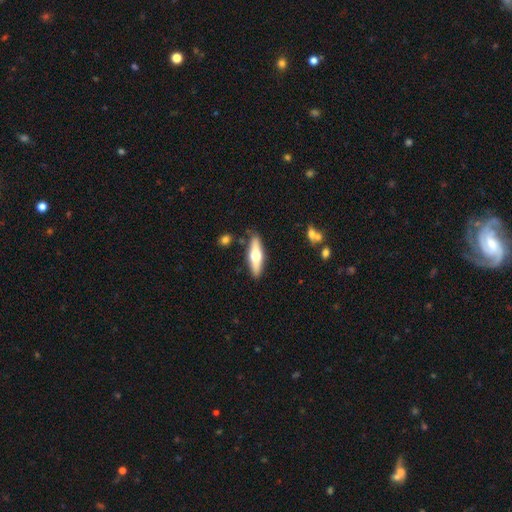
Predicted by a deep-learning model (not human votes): Morphology: type=featured or disk (53%); edge-on=yes (91%); merging=none (87%).